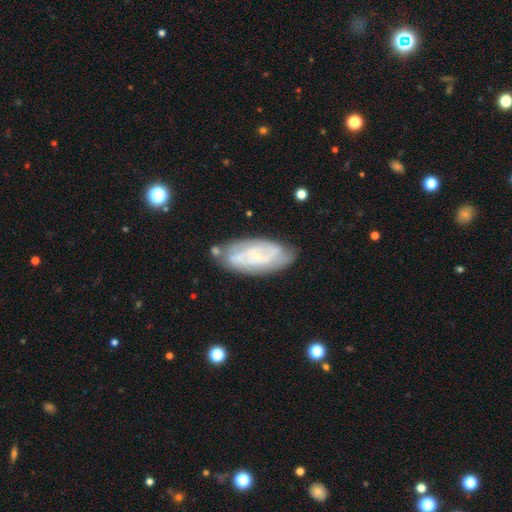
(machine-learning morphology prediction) smooth_or_featured: featured or disk (p=0.70) [alt: smooth p=0.23]
disk_edge_on: no (p=0.91) [alt: yes p=0.09]
bar: no (p=0.50) [alt: weak p=0.37]
has_spiral_arms: yes (p=0.85) [alt: no p=0.15]
spiral_winding: tight (p=0.52) [alt: medium p=0.35]
spiral_arm_count: can't tell (p=0.39) [alt: 2 p=0.38]
bulge_size: small (p=0.75) [alt: moderate p=0.14]
merging: none (p=0.73) [alt: minor disturbance p=0.19]